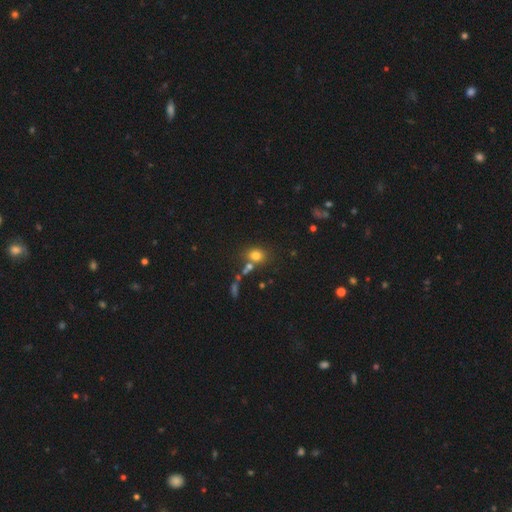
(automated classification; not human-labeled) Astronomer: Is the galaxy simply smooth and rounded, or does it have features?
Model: smooth — 76%.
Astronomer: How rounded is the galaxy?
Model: round — 57% (runner-up: in between, 42%).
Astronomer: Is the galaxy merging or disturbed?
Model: none — 62%.